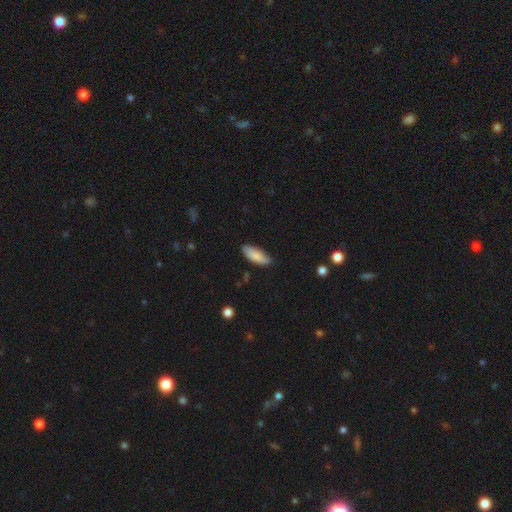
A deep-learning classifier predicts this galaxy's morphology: A smooth galaxy with no disk features (87%) that is in between round and cigar-shaped (75%).

Vote fractions:
- Smooth or featured? smooth: 87% / featured or disk: 7% / star or artifact: 6%
- How rounded? in between: 75% / cigar-shaped: 23% / round: 2%
- Merging? none: 80% / minor disturbance: 17% / major disturbance: 2% / merger: 1%